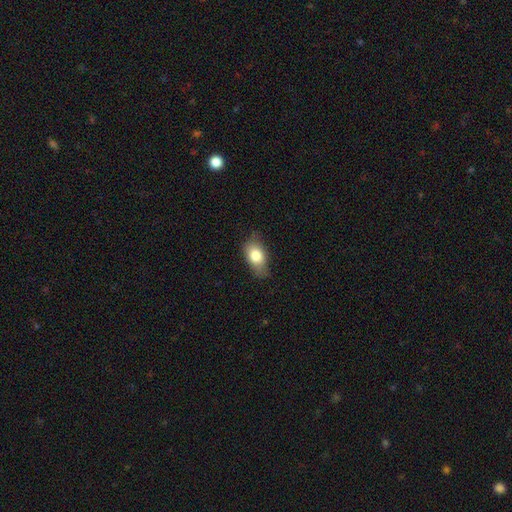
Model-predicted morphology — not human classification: This appears to be a smooth galaxy with no disk features (78%) that is in between round and cigar-shaped (86%). Merging: none (67%).